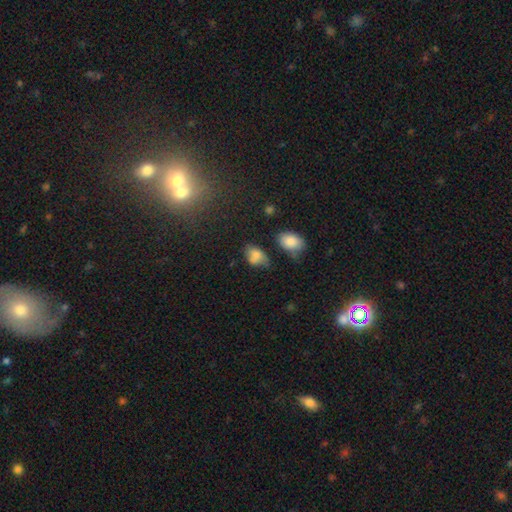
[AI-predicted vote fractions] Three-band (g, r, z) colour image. It shows a smooth galaxy with no disk features (74%) that is in between round and cigar-shaped (84%). Merging: none (40%).